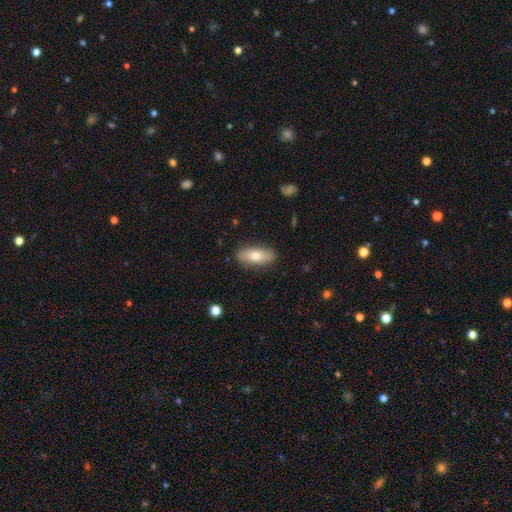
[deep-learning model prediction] This is likely a smooth galaxy (70%). How rounded: likely in between (71%). Merging: clearly none (87%).